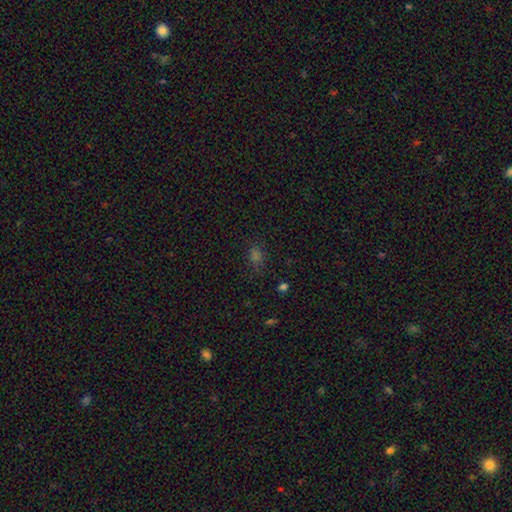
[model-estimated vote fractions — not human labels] A smooth galaxy with no disk features (61%) that is in between round and cigar-shaped (61%).

Vote fractions:
- Smooth or featured? smooth: 61% / star or artifact: 32% / featured or disk: 7%
- How rounded? in between: 61% / round: 36% / cigar-shaped: 3%
- Merging? none: 75% / minor disturbance: 16% / major disturbance: 6% / merger: 3%